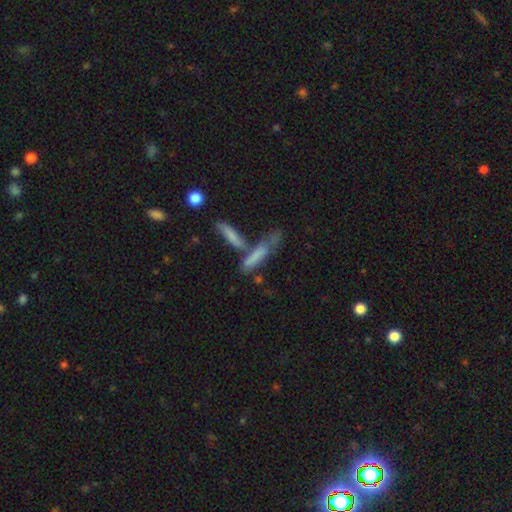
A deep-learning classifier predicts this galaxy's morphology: The model was most divided on "merging": merger: 44%, none: 34%, minor disturbance: 12%, major disturbance: 9%. More confident: how rounded — cigar-shaped (75%); smooth or featured — smooth (64%).